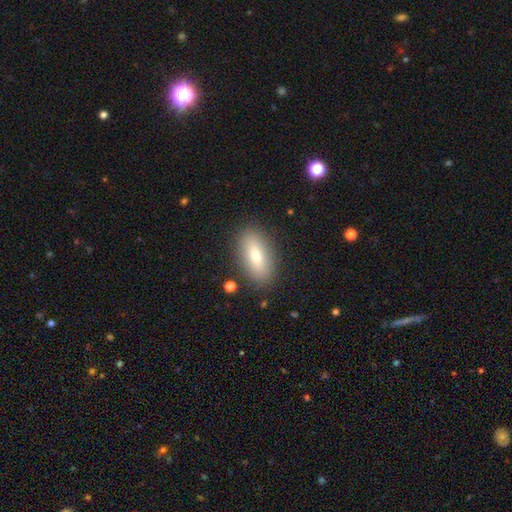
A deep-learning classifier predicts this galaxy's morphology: Smooth or featured: smooth — 75% (featured or disk — 17%)
How rounded: in between — 80% (cigar-shaped — 17%)
Merging: none — 87% (minor disturbance — 9%)